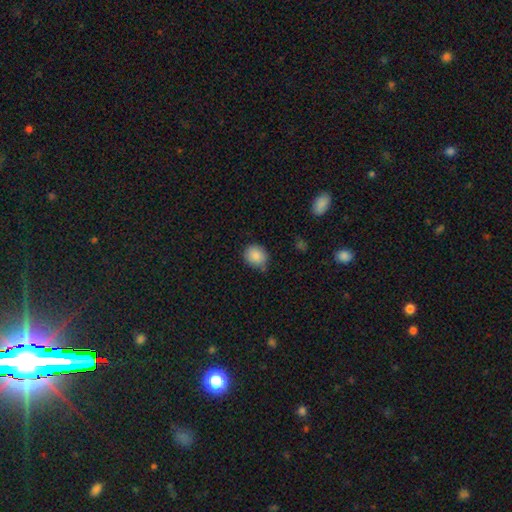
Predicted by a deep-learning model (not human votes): Smooth or featured? Predicted: smooth (p=0.87). How rounded? Predicted: round (p=0.63). Merging? Predicted: none (p=0.68).